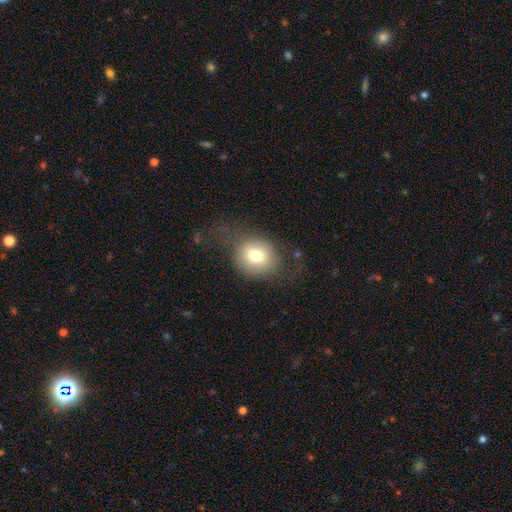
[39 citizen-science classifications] Volunteers were most divided on "merging": none: 57%, major disturbance: 23%, minor disturbance: 20%, merger: 0%. More confident: smooth or featured — smooth (72%); how rounded — round (68%).